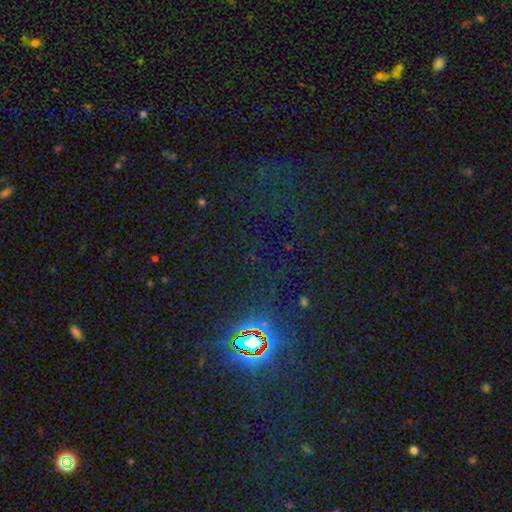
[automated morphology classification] Overall: star or artifact (79%).